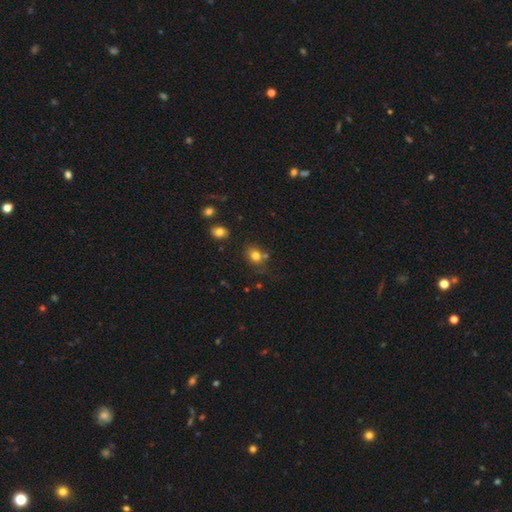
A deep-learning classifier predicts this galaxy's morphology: A smooth galaxy with no disk features (78%) that is round (59%). Merging: none (65%).